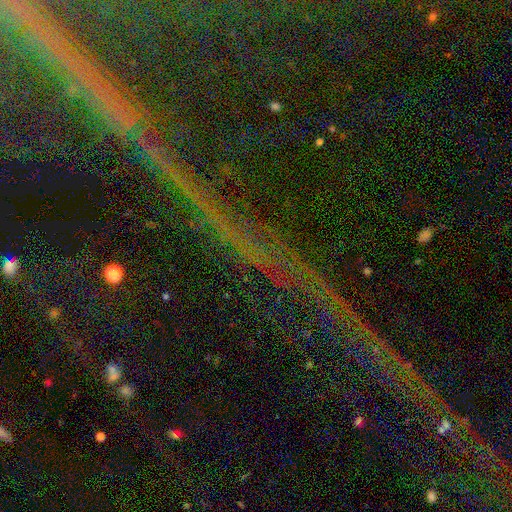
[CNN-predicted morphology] Overall: star or artifact (77%).